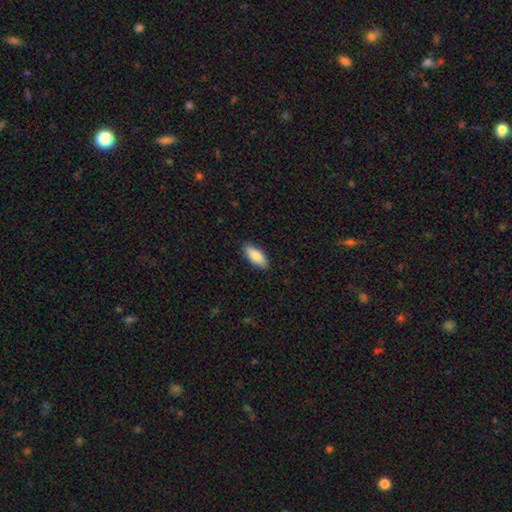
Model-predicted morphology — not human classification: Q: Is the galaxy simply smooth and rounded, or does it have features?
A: smooth — 87%.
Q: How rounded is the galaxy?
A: in between — 81%.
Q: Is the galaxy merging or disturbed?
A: none — 89%.